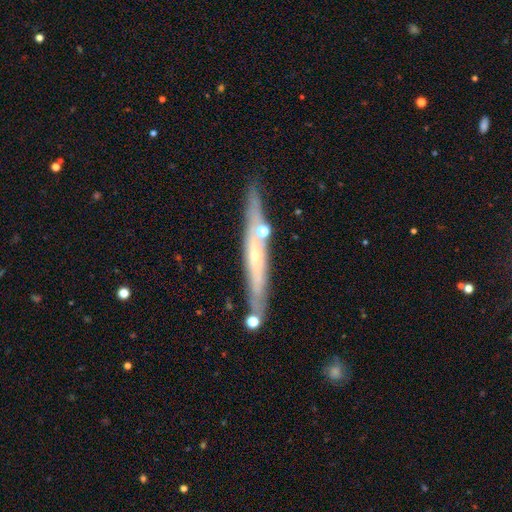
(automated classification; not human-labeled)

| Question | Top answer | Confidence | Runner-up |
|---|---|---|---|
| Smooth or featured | featured or disk | 64% | smooth (28%) |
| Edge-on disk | yes | 85% | no (15%) |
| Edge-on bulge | rounded | 53% | none (43%) |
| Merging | none | 78% | minor disturbance (12%) |